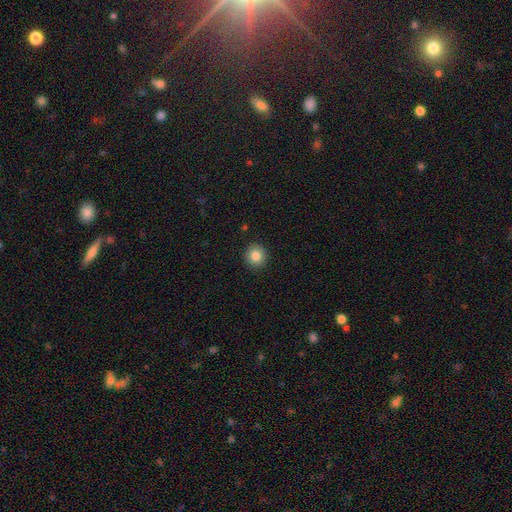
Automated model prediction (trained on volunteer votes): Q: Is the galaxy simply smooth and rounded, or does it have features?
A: smooth — 84%.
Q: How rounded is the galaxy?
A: round — 92%.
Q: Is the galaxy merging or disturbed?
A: none — 92%.